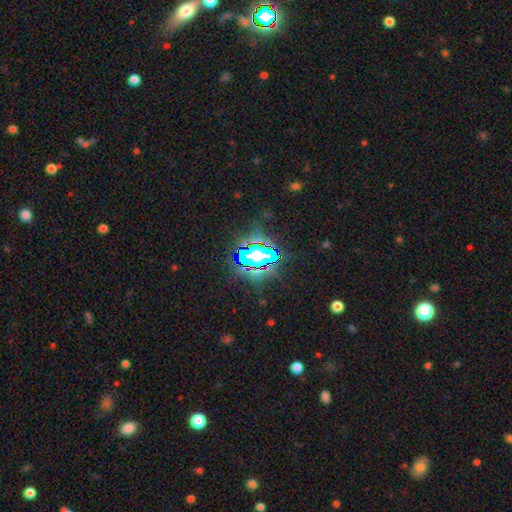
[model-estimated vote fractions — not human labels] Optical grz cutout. It shows a star or artifact, not a galaxy (67%).